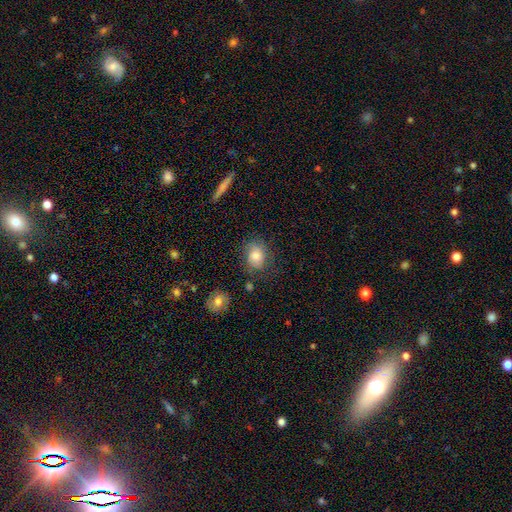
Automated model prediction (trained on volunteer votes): The model was most divided on "how rounded": in between: 56%, round: 42%, cigar-shaped: 1%. More confident: smooth or featured — smooth (75%); merging — none (68%).